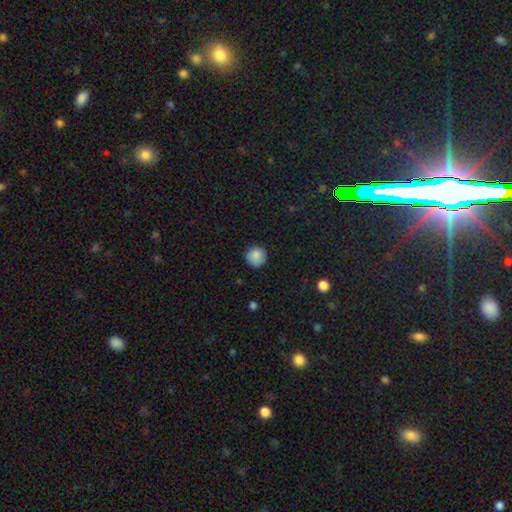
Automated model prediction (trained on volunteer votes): Smooth or featured? smooth (86%)
How rounded? round (94%)
Merging? none (87%)